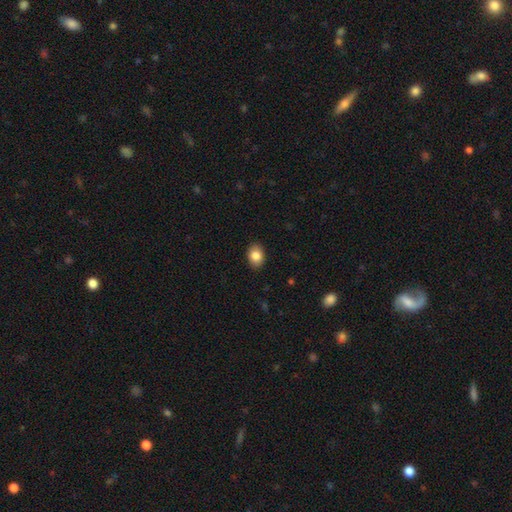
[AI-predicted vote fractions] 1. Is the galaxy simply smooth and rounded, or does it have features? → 85% smooth, 9% star or artifact, 6% featured or disk.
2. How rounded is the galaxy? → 68% in between, 31% round, 1% cigar-shaped.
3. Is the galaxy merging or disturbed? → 89% none, 8% minor disturbance, 2% major disturbance, 1% merger.